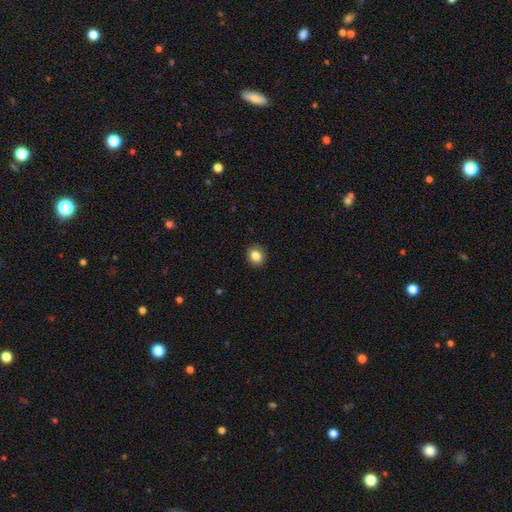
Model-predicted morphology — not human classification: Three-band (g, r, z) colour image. It shows a smooth galaxy with no disk features (84%) that is round (74%). Merging: none (91%).